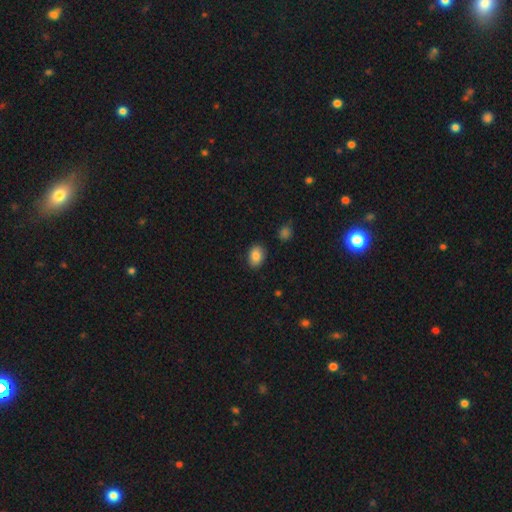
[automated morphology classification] Smooth or featured?
  - smooth: 87% *
  - star or artifact: 8%
  - featured or disk: 5%
How rounded?
  - in between: 74% *
  - round: 25%
  - cigar-shaped: 1%
Merging?
  - none: 86% *
  - minor disturbance: 10%
  - major disturbance: 2%
  - merger: 2%